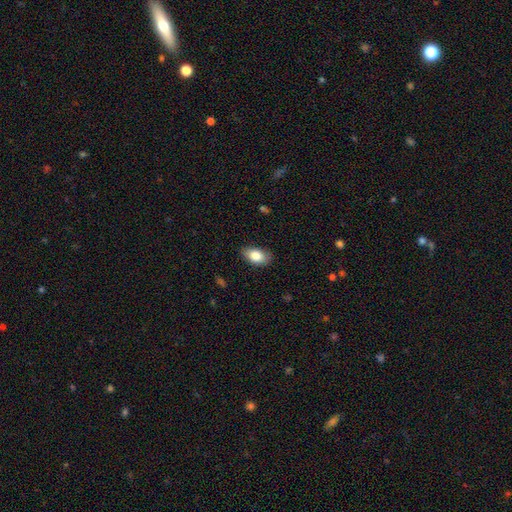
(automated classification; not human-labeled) Overall: smooth (82%). How rounded: in between (92%). Merging: none (83%).